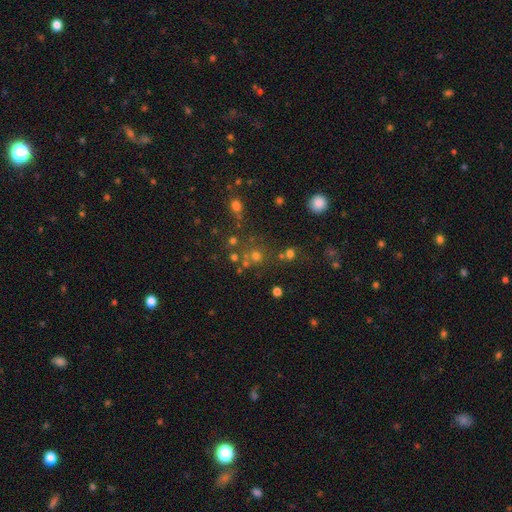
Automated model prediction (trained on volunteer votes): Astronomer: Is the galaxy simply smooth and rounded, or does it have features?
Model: star or artifact — 47% (runner-up: smooth, 41%).